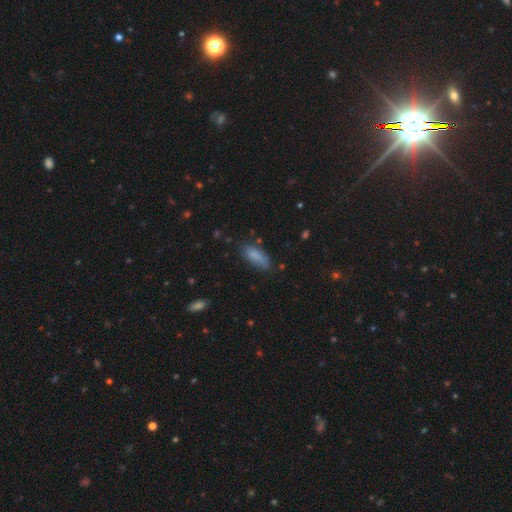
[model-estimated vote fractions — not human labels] A smooth galaxy with no disk features (84%) that is in between round and cigar-shaped (69%).

Vote fractions:
- Smooth or featured? smooth: 84% / featured or disk: 8% / star or artifact: 8%
- How rounded? in between: 69% / cigar-shaped: 29% / round: 2%
- Merging? none: 70% / minor disturbance: 22% / major disturbance: 5% / merger: 3%